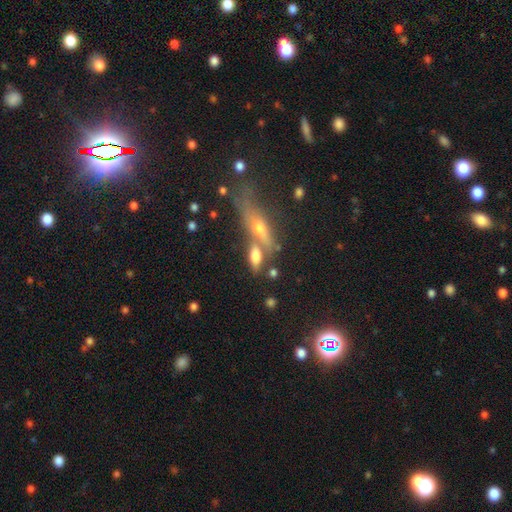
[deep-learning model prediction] Smooth or featured? Predicted: smooth (p=0.65). How rounded? Predicted: in between (p=0.66). Merging? Predicted: none (p=0.48).